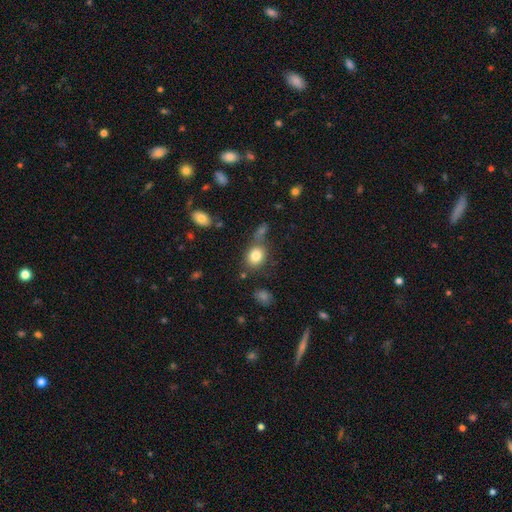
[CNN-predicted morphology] Q: Smooth or featured?
A: smooth (82%); runner-up: star or artifact (10%)
Q: How rounded?
A: round (53%); runner-up: in between (46%)
Q: Merging?
A: none (64%); runner-up: merger (15%)